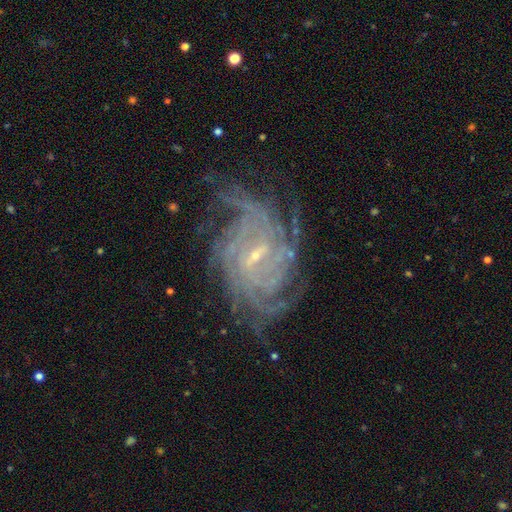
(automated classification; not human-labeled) Overall: featured or disk (89%). Edge-on disk: no (97%). Bar: weak (53%; strong 25%). Spiral arms: yes (98%). Spiral arm count: more than 4 (33%; 4 22%). Spiral winding: tight (67%). Bulge size: small (81%). Merging: none (71%).